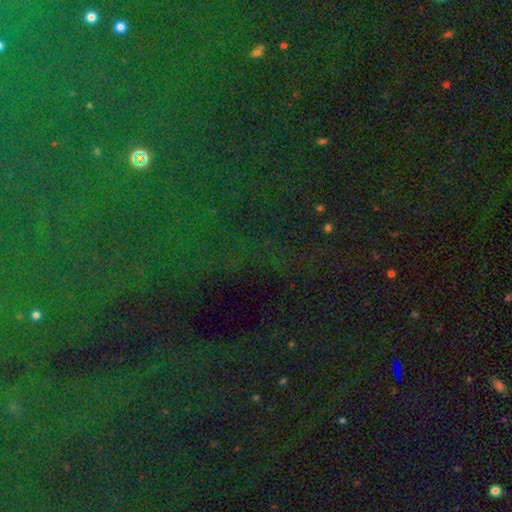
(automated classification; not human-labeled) Overall: star or artifact (82%).